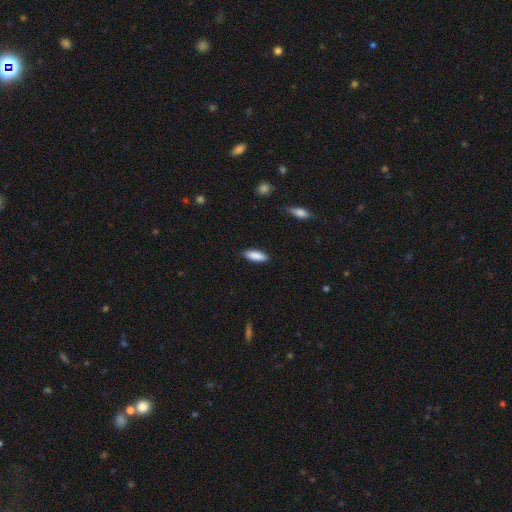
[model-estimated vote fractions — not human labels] Smooth or featured? smooth (88%)
How rounded? in between (63%)
Merging? none (87%)